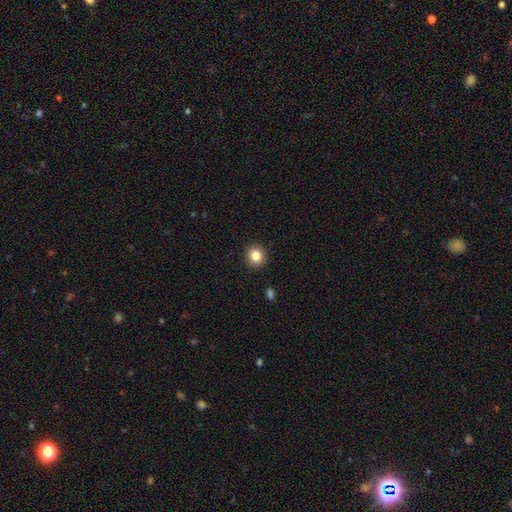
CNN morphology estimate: Overall: smooth (84%). How rounded: round (84%). Merging: none (92%).